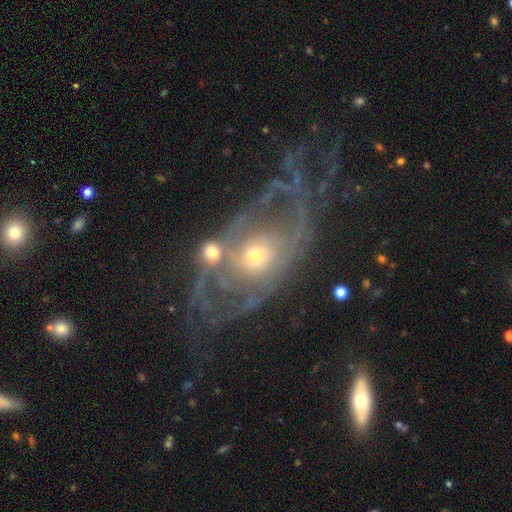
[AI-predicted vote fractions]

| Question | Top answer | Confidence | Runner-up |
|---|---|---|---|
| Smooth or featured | featured or disk | 80% | smooth (11%) |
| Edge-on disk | no | 95% | yes (5%) |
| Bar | no | 74% | weak (19%) |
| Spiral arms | yes | 80% | no (20%) |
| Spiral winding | tight | 42% | medium (37%) |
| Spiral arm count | can't tell | 35% | 2 (34%) |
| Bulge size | small | 60% | moderate (32%) |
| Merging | none | 39% | major disturbance (23%) |